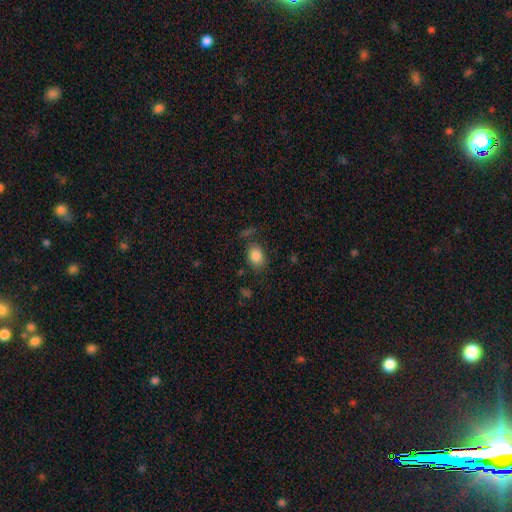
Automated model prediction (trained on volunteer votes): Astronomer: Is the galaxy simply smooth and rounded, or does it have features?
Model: smooth — 85%.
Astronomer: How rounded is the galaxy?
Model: in between — 69%.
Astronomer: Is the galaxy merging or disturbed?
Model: none — 75%.